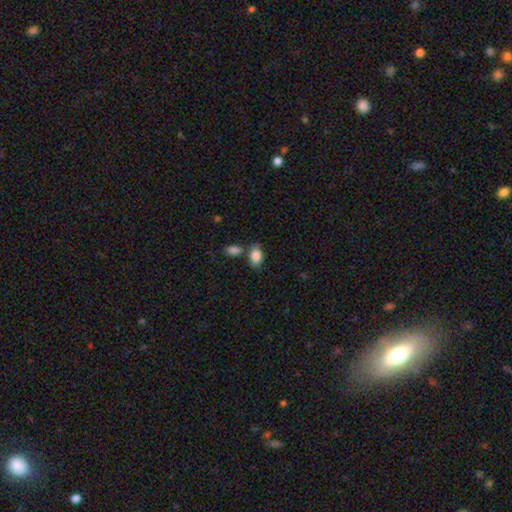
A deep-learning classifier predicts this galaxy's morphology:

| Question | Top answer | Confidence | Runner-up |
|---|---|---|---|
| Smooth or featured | smooth | 87% | star or artifact (7%) |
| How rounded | in between | 87% | round (11%) |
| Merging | none | 63% | merger (18%) |